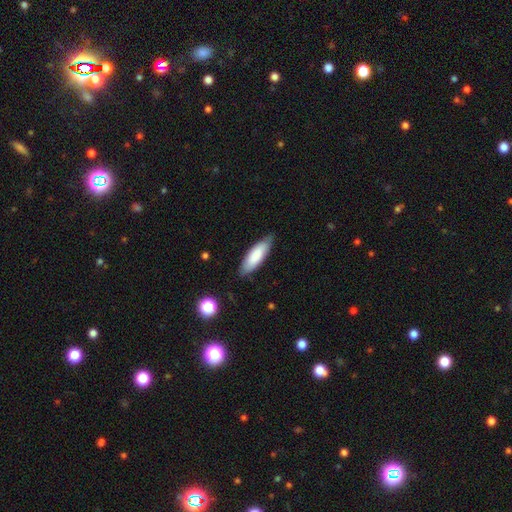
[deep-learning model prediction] smooth 82%, featured or disk 12%, star or artifact 6%. Down the decision tree: how rounded — in between (57%); merging — none (80%).